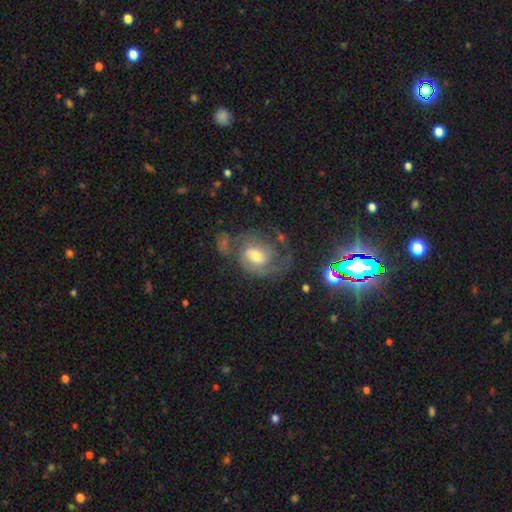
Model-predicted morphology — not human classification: This is likely a featured or disk galaxy (71%). It is clearly not viewed edge-on (97%). Bar: possibly no (49%). Spiral arm pattern: clearly yes (87%). Spiral arm count: possibly 2 (50%). Spiral winding: marginally medium (44%). Central bulge: possibly moderate (55%). Merging: possibly none (46%).